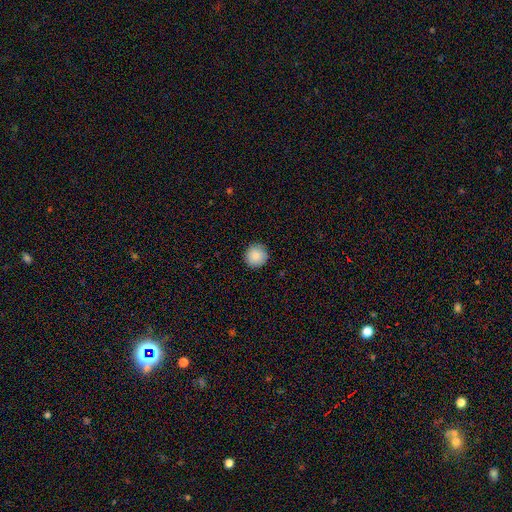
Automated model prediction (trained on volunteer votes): Smooth or featured?
  - smooth: 88% *
  - star or artifact: 8%
  - featured or disk: 4%
How rounded?
  - round: 95% *
  - in between: 4%
  - cigar-shaped: 1%
Merging?
  - none: 91% *
  - minor disturbance: 7%
  - major disturbance: 2%
  - merger: 1%